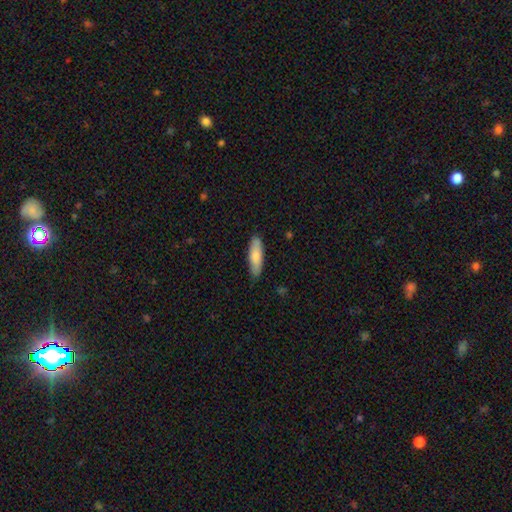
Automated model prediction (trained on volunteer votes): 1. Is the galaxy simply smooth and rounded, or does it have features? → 81% smooth, 14% featured or disk, 5% star or artifact.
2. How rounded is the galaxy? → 52% cigar-shaped, 47% in between, 2% round.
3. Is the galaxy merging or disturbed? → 84% none, 13% minor disturbance, 2% major disturbance, 1% merger.